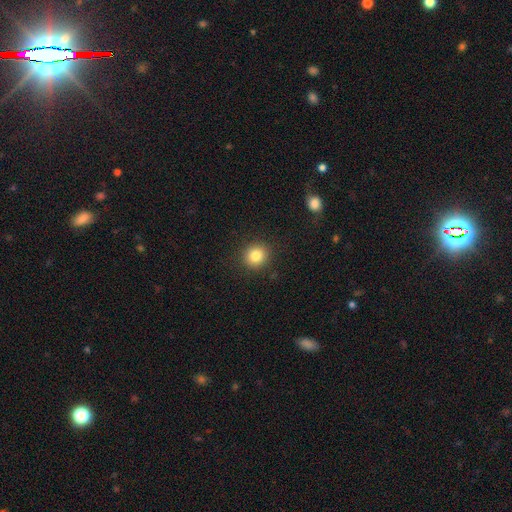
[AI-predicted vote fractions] Morphology: type=smooth (83%); roundness=round (88%); merging=none (91%).